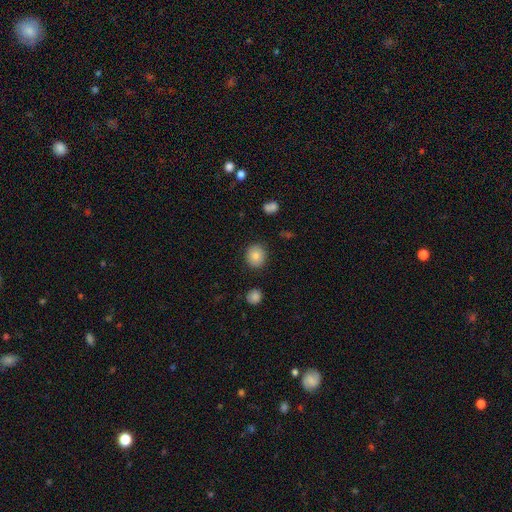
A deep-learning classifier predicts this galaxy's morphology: This appears to be a smooth galaxy with no disk features (83%) that is round (81%). Merging: none (89%).